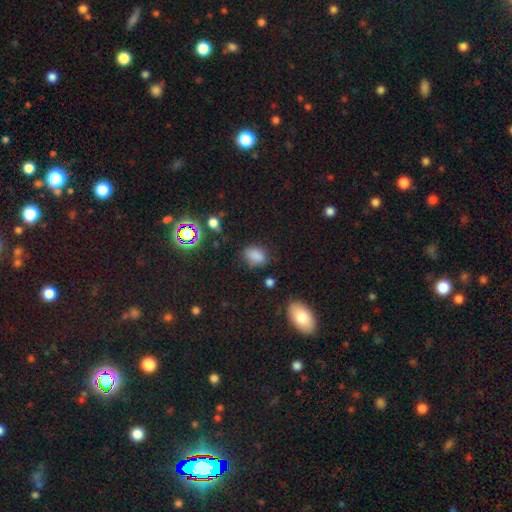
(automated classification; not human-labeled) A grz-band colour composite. It shows a smooth galaxy with no disk features (80%) that is in between round and cigar-shaped (75%). Merging: none (73%).